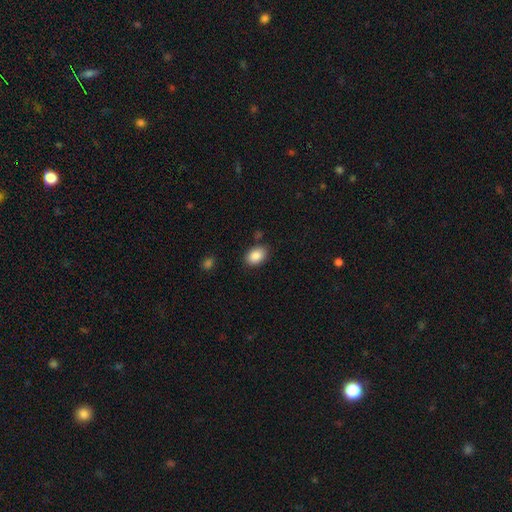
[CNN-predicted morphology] smooth 87%, star or artifact 8%, featured or disk 5%. Down the decision tree: how rounded — in between (84%); merging — none (83%).